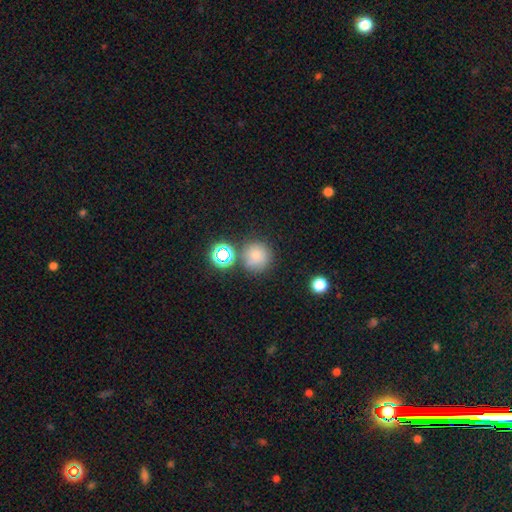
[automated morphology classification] A smooth galaxy with no disk features (69%) that is round (91%).

Vote fractions:
- Smooth or featured? smooth: 69% / star or artifact: 21% / featured or disk: 10%
- How rounded? round: 91% / in between: 8% / cigar-shaped: 1%
- Merging? none: 67% / merger: 15% / minor disturbance: 13% / major disturbance: 5%